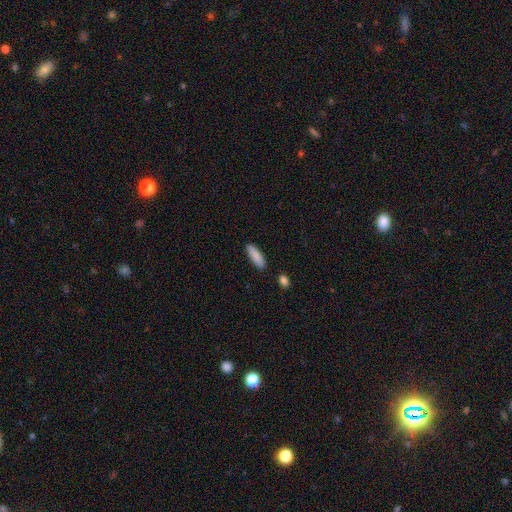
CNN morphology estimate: A smooth galaxy with no disk features (88%) that is cigar-shaped (52%). Merging: none (87%).